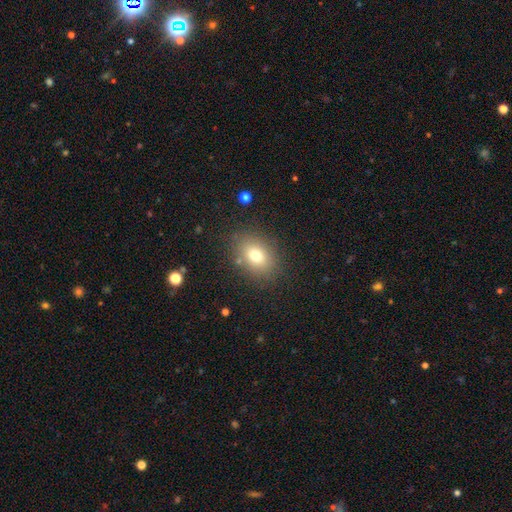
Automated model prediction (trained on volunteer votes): A smooth galaxy with no disk features (74%) that is in between round and cigar-shaped (66%). Merging: none (82%).